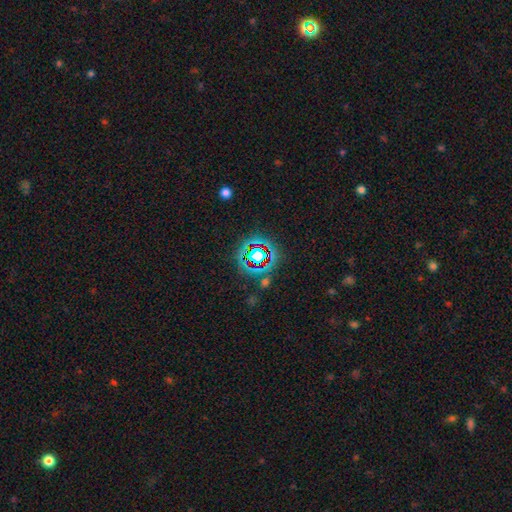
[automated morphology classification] A star or artifact, not a galaxy (66%).